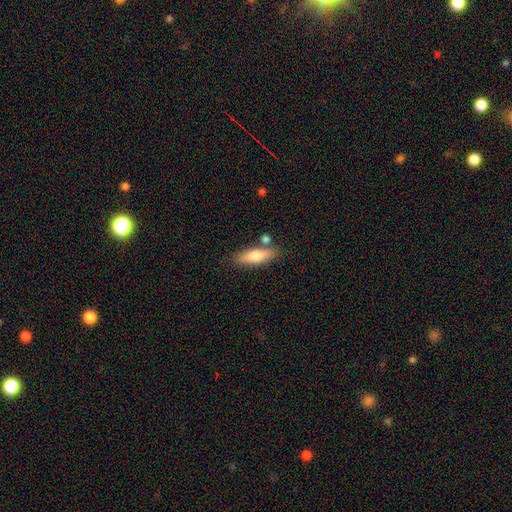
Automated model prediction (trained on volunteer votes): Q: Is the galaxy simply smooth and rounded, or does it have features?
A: smooth — 70%.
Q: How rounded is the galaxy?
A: cigar-shaped — 51%.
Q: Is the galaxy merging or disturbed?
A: none — 73%.